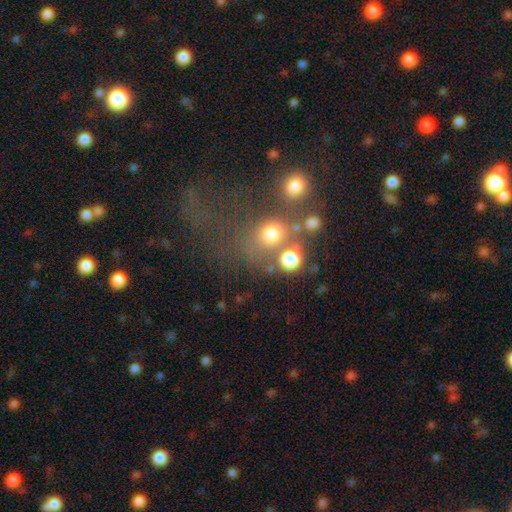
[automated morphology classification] A smooth galaxy with no disk features (48%).

Vote fractions:
- Smooth or featured? smooth: 48% / star or artifact: 31% / featured or disk: 21%
- Merging? none: 34% / merger: 30% / major disturbance: 24% / minor disturbance: 12%